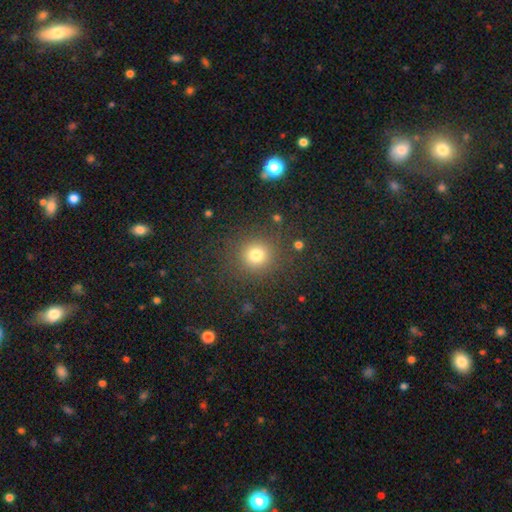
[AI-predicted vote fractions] This is likely a smooth galaxy (76%). How rounded: clearly round (93%). Merging: clearly none (89%).